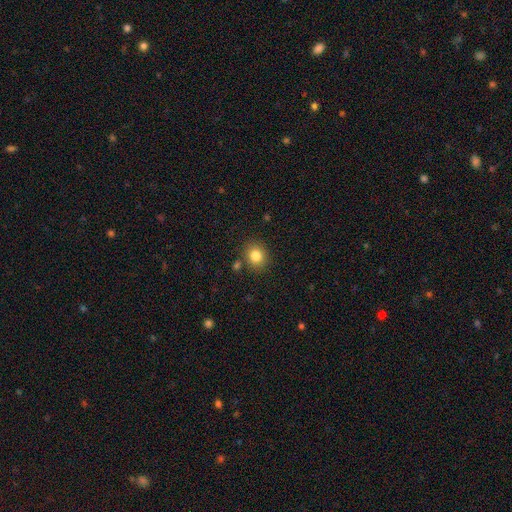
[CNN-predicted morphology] This is clearly a smooth galaxy (83%). How rounded: likely round (77%). Merging: clearly none (83%).